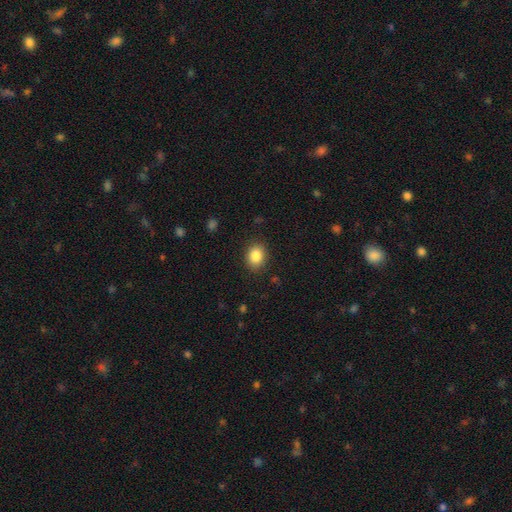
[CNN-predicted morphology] Smooth or featured? smooth (86%)
How rounded? in between (54%)
Merging? none (87%)